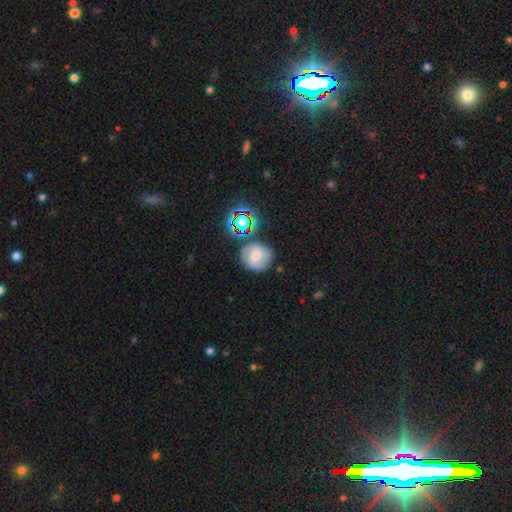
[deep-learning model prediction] Q: Smooth or featured?
A: featured or disk (42%); runner-up: smooth (38%)
Q: Merging?
A: none (69%); runner-up: minor disturbance (16%)